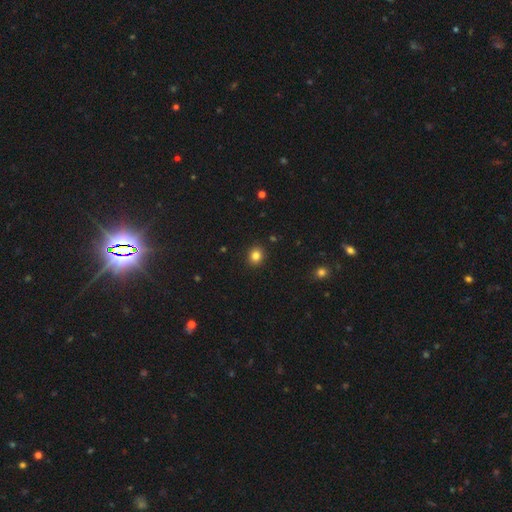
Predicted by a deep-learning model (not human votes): A smooth galaxy with no disk features (83%) that is round (75%). Merging: none (91%).